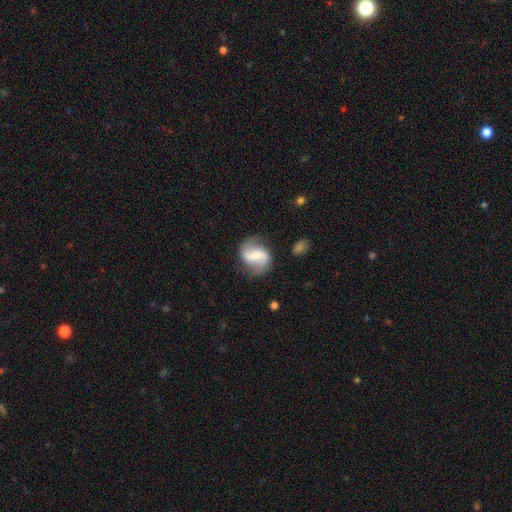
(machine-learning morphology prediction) Overall: featured or disk (76%). Edge-on disk: no (97%). Bar: strong (46%; weak 37%). Spiral arms: yes (92%). Spiral arm count: 2 (90%). Spiral winding: loose (50%; medium 38%). Bulge size: small (42%; moderate 30%). Merging: none (74%).